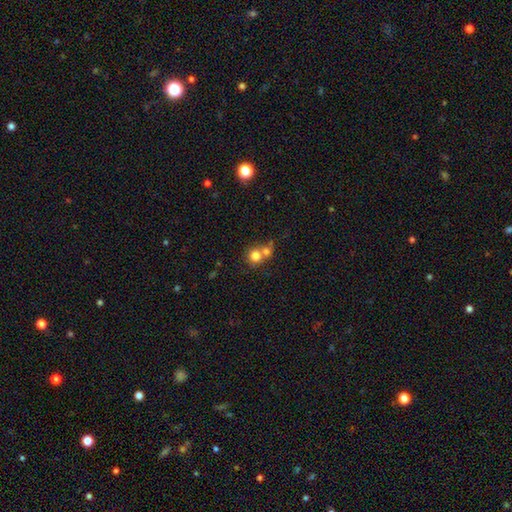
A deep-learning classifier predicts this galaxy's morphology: smooth-or-featured: smooth: 77% | featured or disk: 12% | star or artifact: 11%
  how-rounded: round: 85% | in between: 14% | cigar-shaped: 1%
  merging: merger: 52% | none: 38% | minor disturbance: 7% | major disturbance: 3%